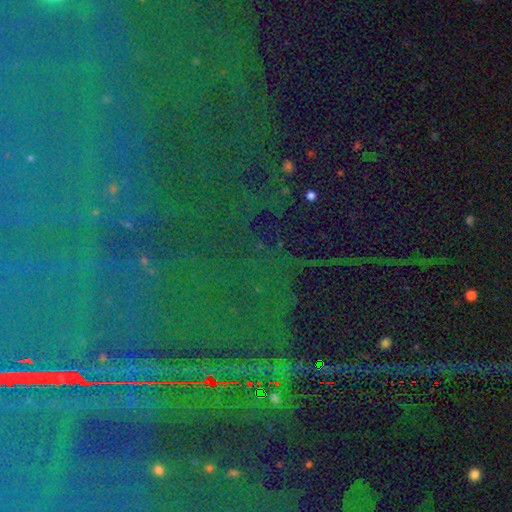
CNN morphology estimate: Q: Smooth or featured?
A: star or artifact (87%); runner-up: featured or disk (7%)